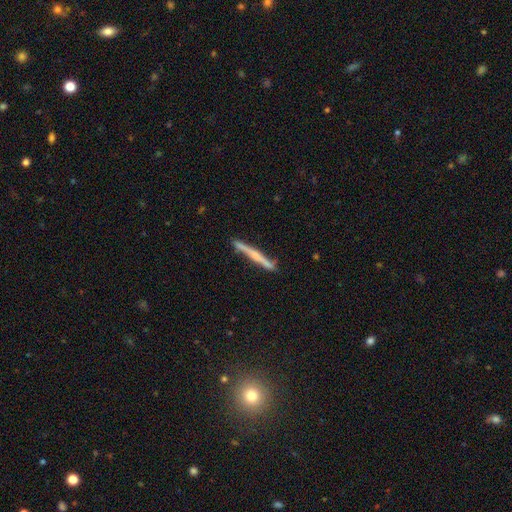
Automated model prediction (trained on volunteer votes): featured or disk 60%, smooth 34%, star or artifact 6%. Down the decision tree: edge-on disk — yes (96%); edge-on bulge — rounded (47%); merging — none (85%).